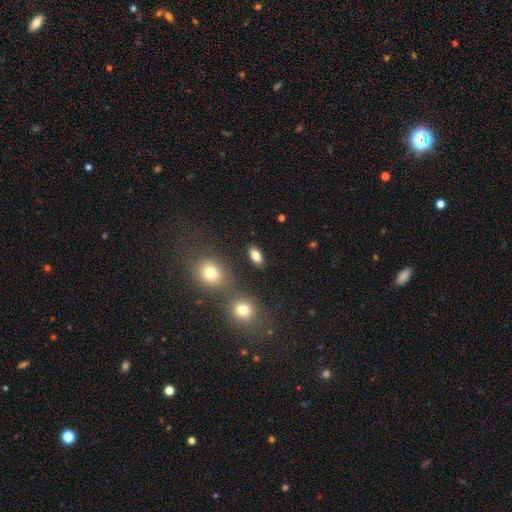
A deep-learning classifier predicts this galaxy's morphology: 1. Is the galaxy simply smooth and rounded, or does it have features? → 81% smooth, 10% star or artifact, 9% featured or disk.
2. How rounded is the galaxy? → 87% in between, 8% round, 4% cigar-shaped.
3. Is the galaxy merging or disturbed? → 84% none, 9% minor disturbance, 5% merger, 3% major disturbance.